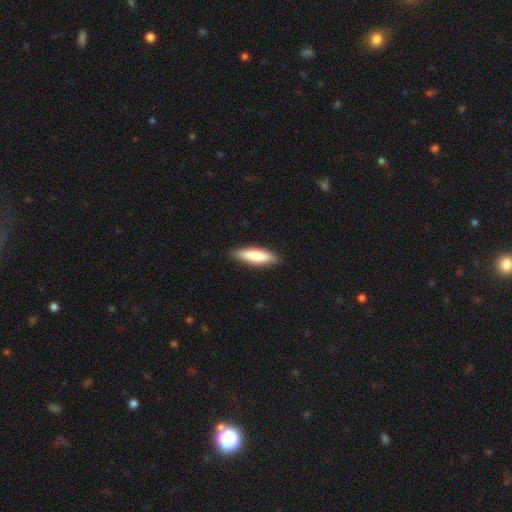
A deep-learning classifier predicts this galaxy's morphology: This appears to be a smooth galaxy with no disk features (77%) that is cigar-shaped (67%). Merging: none (87%).